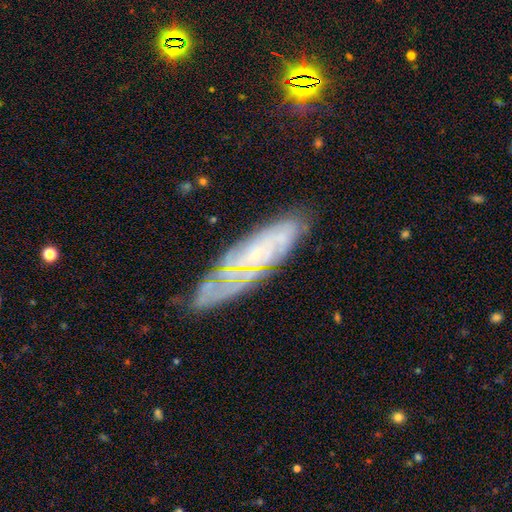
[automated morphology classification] featured or disk 67%, smooth 21%, star or artifact 12%. Down the decision tree: edge-on disk — no (73%); merging — none (74%).